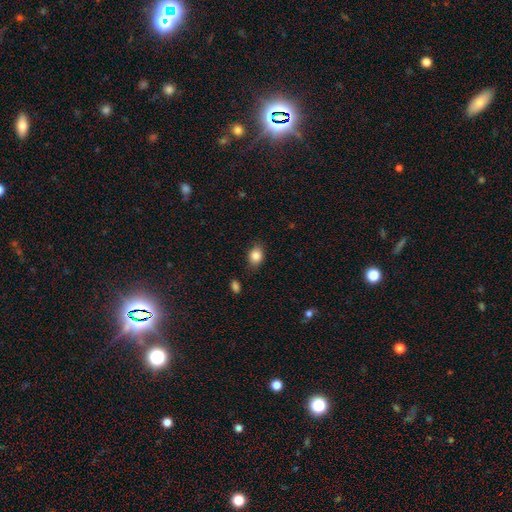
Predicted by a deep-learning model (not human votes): A smooth galaxy with no disk features (85%) that is in between round and cigar-shaped (60%). Merging: none (82%).